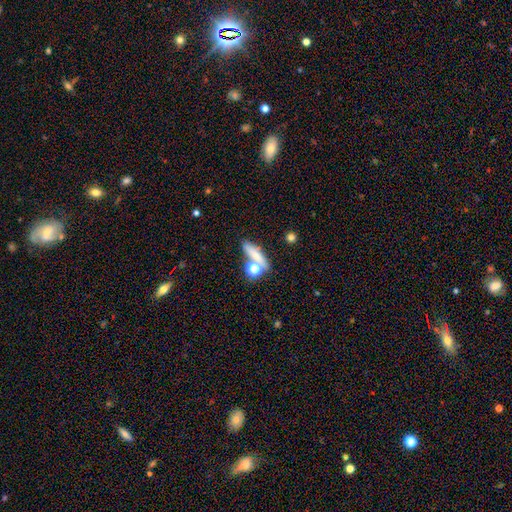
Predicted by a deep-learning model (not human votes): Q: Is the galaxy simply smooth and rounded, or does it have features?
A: smooth — 70%.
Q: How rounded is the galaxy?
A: cigar-shaped — 50%.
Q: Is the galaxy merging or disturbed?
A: none — 57%.